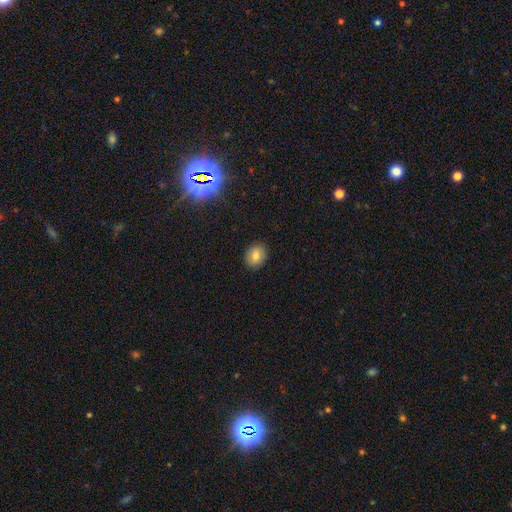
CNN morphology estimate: Q: Smooth or featured?
A: smooth (75%); runner-up: featured or disk (14%)
Q: How rounded?
A: round (59%); runner-up: in between (40%)
Q: Merging?
A: none (90%); runner-up: minor disturbance (7%)